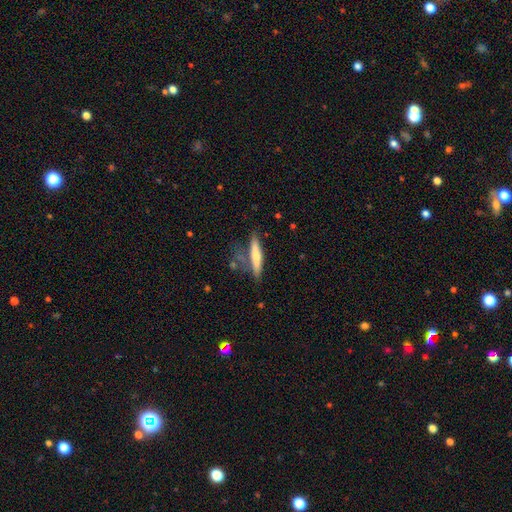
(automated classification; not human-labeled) smooth 56%, featured or disk 38%, star or artifact 6%. Down the decision tree: how rounded — cigar-shaped (88%); merging — none (67%).